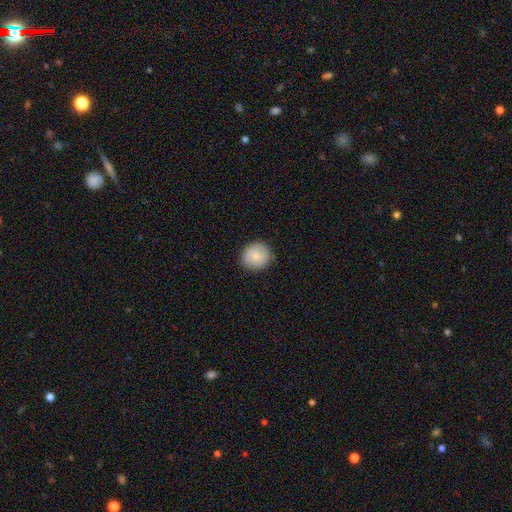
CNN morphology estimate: type=smooth (84%); roundness=round (87%); merging=none (87%).